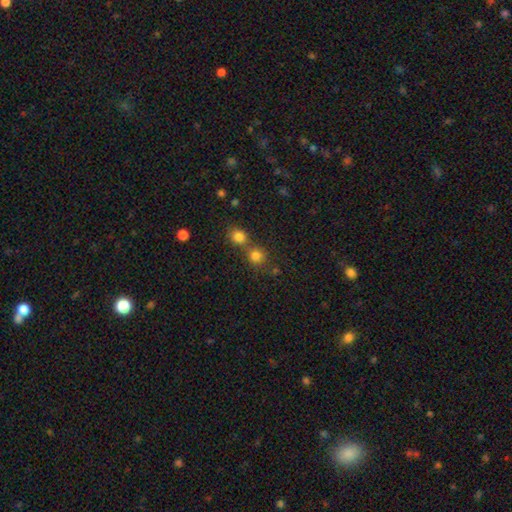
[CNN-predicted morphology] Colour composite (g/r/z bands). It shows a smooth galaxy with no disk features (79%) that is round (87%). Merging: none (53%).